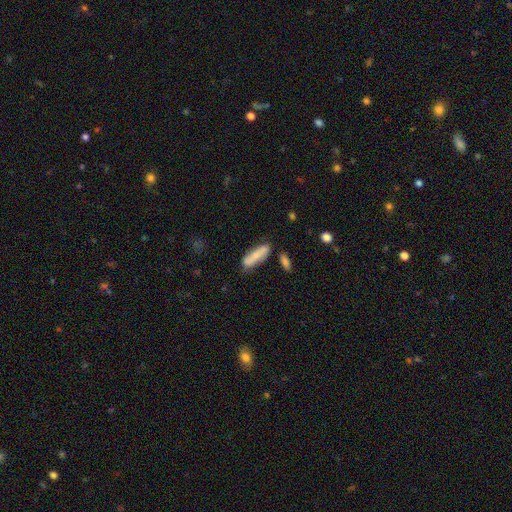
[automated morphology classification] Smooth or featured? Predicted: smooth (p=0.67). How rounded? Predicted: cigar-shaped (p=0.59). Merging? Predicted: none (p=0.68).